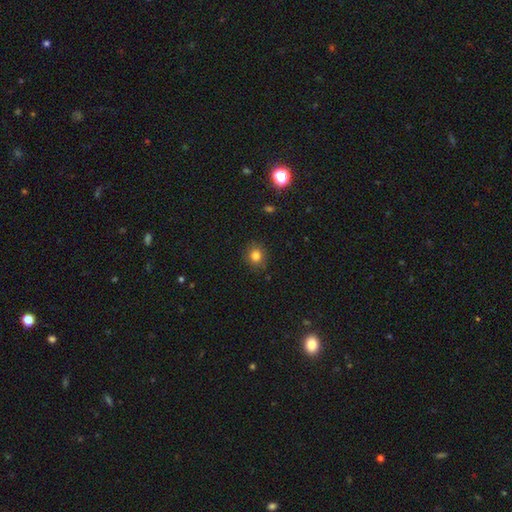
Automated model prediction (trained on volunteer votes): Smooth or featured? smooth (82%)
How rounded? round (82%)
Merging? none (88%)